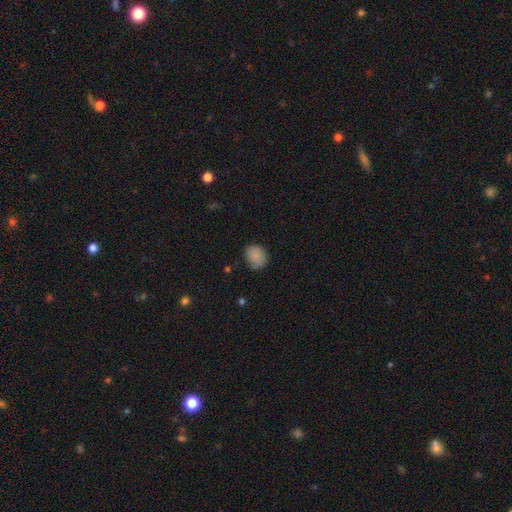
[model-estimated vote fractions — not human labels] This is clearly a smooth galaxy (84%). How rounded: likely round (66%). Merging: likely none (74%).